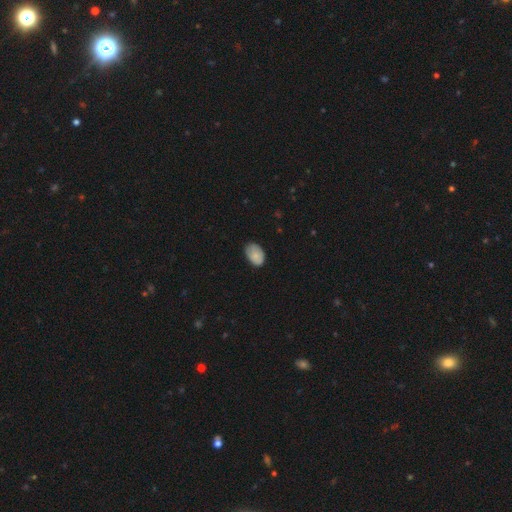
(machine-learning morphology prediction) The model was most divided on "merging": none: 72%, minor disturbance: 23%, major disturbance: 4%, merger: 1%. More confident: how rounded — in between (85%); smooth or featured — smooth (82%).